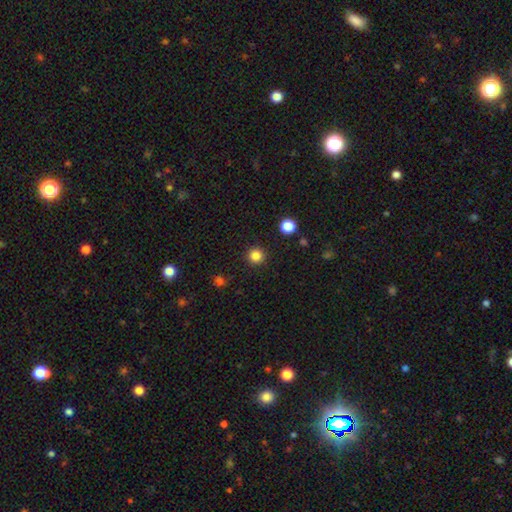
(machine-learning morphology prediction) This appears to be a smooth galaxy with no disk features (84%) that is round (96%). Merging: none (92%).